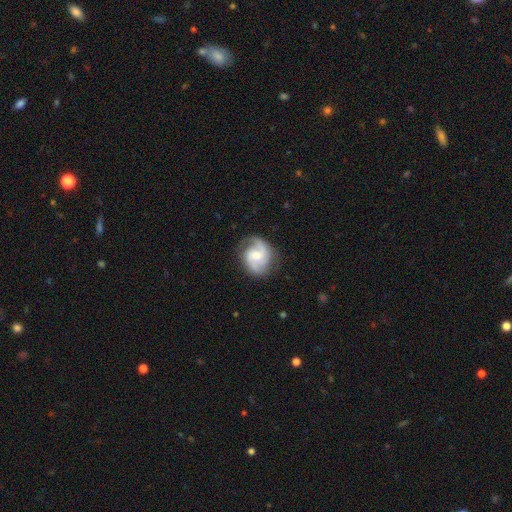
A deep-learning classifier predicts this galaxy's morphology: Q: Smooth or featured?
A: featured or disk (80%); runner-up: smooth (14%)
Q: Edge-on disk?
A: no (98%); runner-up: yes (2%)
Q: Bar?
A: no (50%); runner-up: weak (42%)
Q: Spiral arms?
A: yes (95%); runner-up: no (5%)
Q: Spiral winding?
A: medium (49%); runner-up: loose (26%)
Q: Spiral arm count?
A: 2 (83%); runner-up: can't tell (6%)
Q: Bulge size?
A: moderate (63%); runner-up: small (30%)
Q: Merging?
A: none (75%); runner-up: minor disturbance (17%)